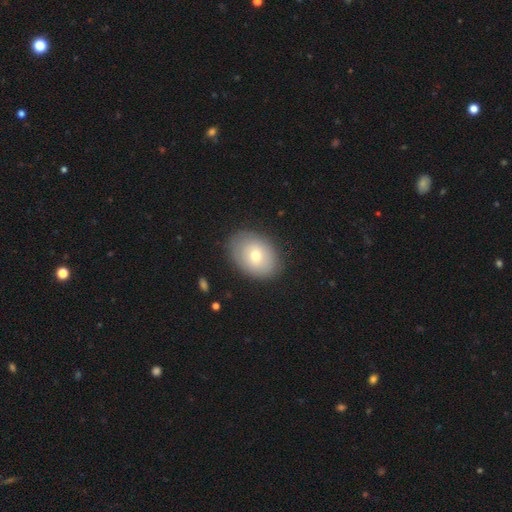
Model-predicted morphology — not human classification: A smooth galaxy with no disk features (67%) that is in between round and cigar-shaped (75%).

Vote fractions:
- Smooth or featured? smooth: 67% / featured or disk: 26% / star or artifact: 7%
- How rounded? in between: 75% / round: 24% / cigar-shaped: 1%
- Merging? none: 83% / minor disturbance: 12% / major disturbance: 3% / merger: 1%